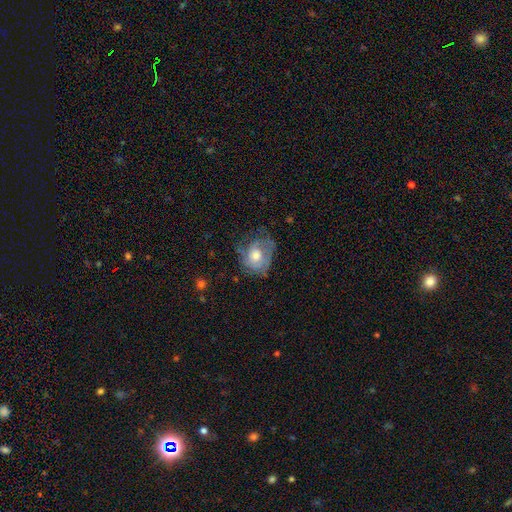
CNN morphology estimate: smooth-or-featured: featured or disk: 53% | smooth: 39% | star or artifact: 8%
  disk-edge-on: no: 96% | yes: 4%
    bar: no: 81% | weak: 16% | strong: 3%
    has-spiral-arms: yes: 67% | no: 33%
    bulge-size: moderate: 61% | large: 26% | small: 10% | none: 2% | dominant: 2%
  merging: none: 51% | minor disturbance: 28% | major disturbance: 20% | merger: 1%